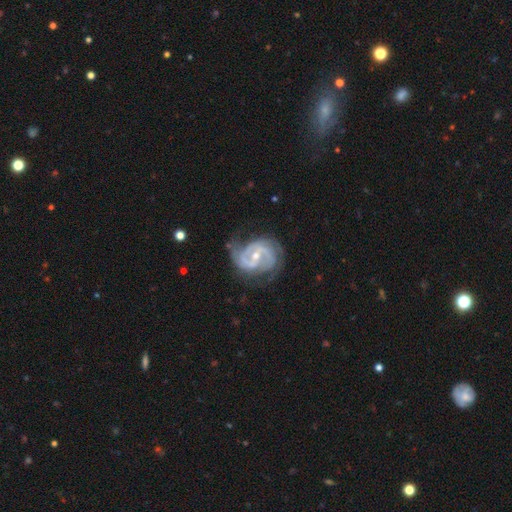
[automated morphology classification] Smooth or featured? featured or disk (91%)
Edge-on disk? no (98%)
Bar? weak (46%)
Spiral arms? yes (97%)
Spiral winding? medium (46%)
Spiral arm count? 2 (68%)
Bulge size? small (51%)
Merging? none (62%)